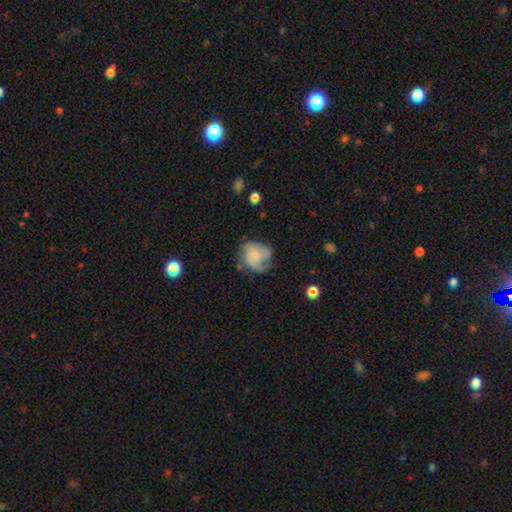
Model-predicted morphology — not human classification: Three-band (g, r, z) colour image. It shows a featured or disk galaxy (54%) with no bar (77%), spiral arms (73%) and a small central bulge (52%). Merging: none (49%).